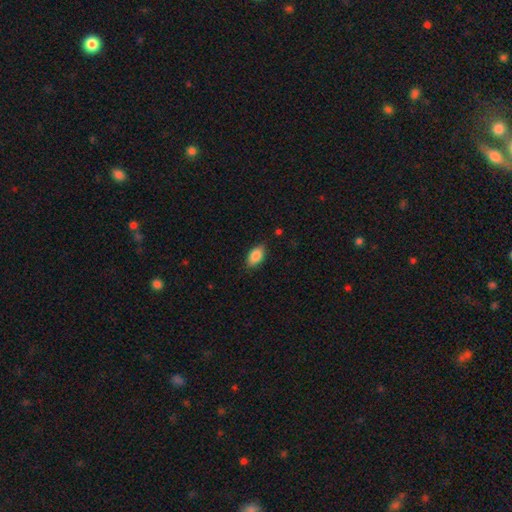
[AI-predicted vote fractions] Smooth or featured? smooth (86%)
How rounded? in between (92%)
Merging? none (83%)